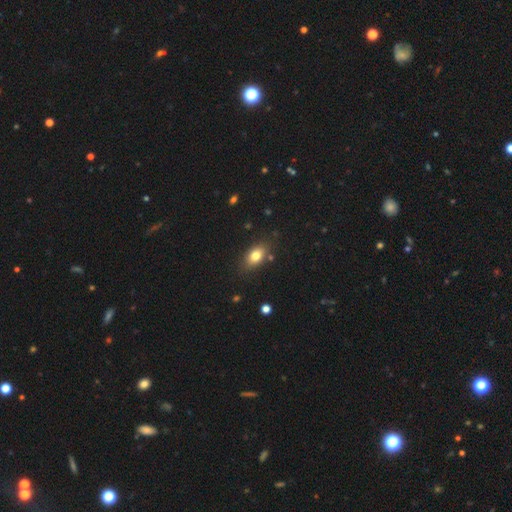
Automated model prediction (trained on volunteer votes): This is likely a smooth galaxy (79%). How rounded: clearly in between (84%). Merging: clearly none (82%).